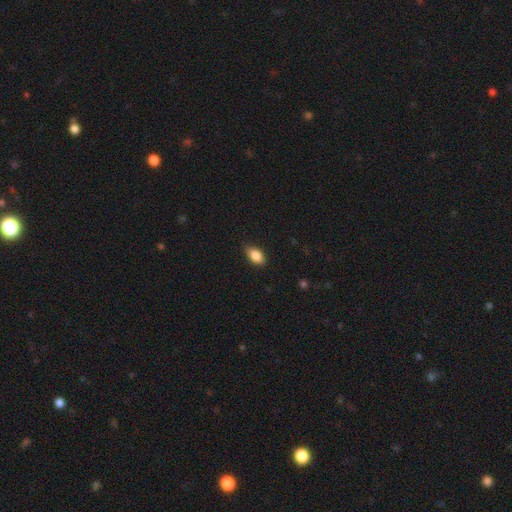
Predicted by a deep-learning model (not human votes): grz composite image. It shows a smooth galaxy with no disk features (84%) that is in between round and cigar-shaped (88%). Merging: none (85%).